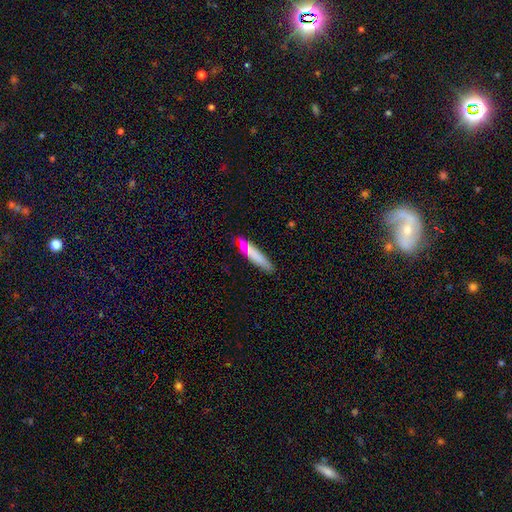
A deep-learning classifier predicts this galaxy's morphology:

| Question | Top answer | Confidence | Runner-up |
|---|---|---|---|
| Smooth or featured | smooth | 76% | featured or disk (17%) |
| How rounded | cigar-shaped | 82% | in between (17%) |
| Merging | none | 77% | minor disturbance (17%) |